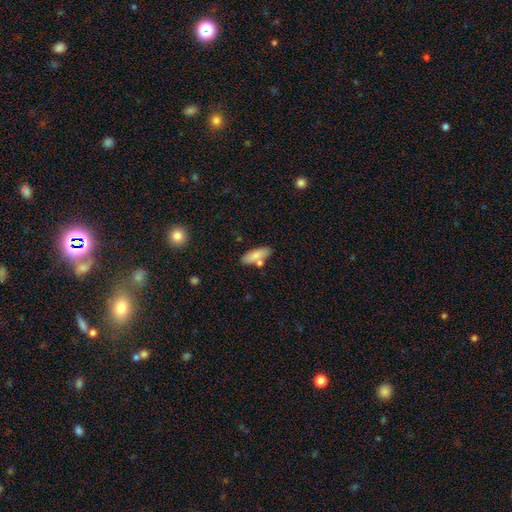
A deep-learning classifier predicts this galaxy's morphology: A smooth galaxy with no disk features (79%) that is in between round and cigar-shaped (63%). Merging: none (72%).